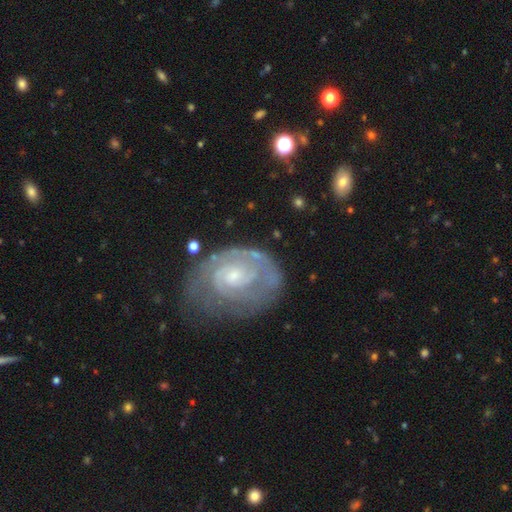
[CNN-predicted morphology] Smooth or featured? Predicted: featured or disk (p=0.84). Edge-on disk? Predicted: no (p=0.98). Bar? Predicted: no (p=0.64). Spiral arms? Predicted: yes (p=0.93). Spiral winding? Predicted: tight (p=0.66). Spiral arm count? Predicted: 2 (p=0.41). Bulge size? Predicted: small (p=0.60). Merging? Predicted: none (p=0.59).